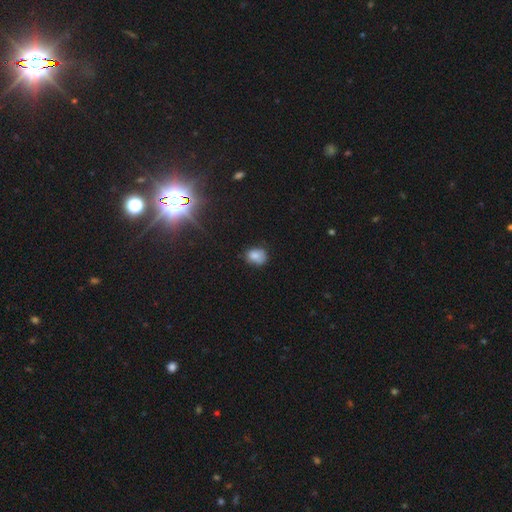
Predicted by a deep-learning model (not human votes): Smooth or featured? smooth (79%)
How rounded? in between (53%)
Merging? none (61%)